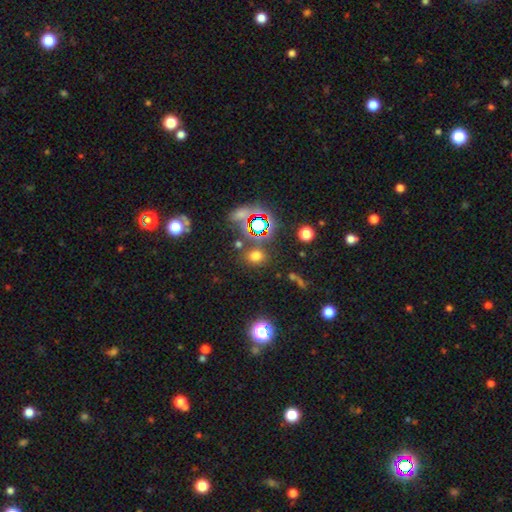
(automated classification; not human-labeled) Overall: smooth (61%; star or artifact 32%). How rounded: round (57%; in between 42%). Merging: none (75%).